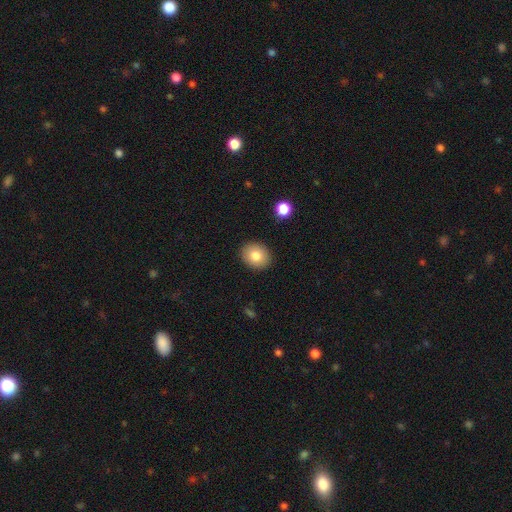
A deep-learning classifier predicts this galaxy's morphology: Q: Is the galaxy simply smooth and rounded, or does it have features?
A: smooth — 82%.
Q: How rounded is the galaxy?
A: round — 63%.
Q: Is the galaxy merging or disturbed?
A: none — 90%.